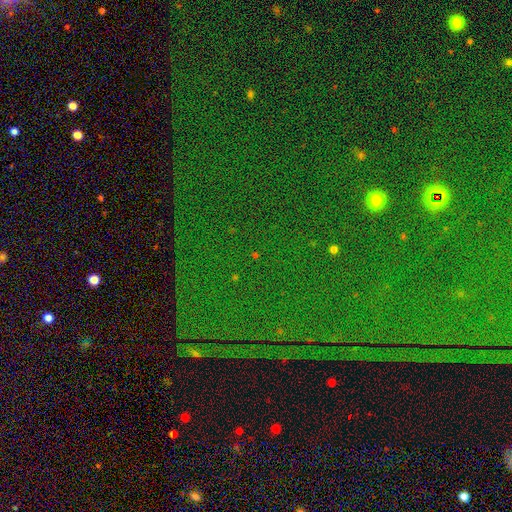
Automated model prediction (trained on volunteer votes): Morphology: type=star or artifact (77%).